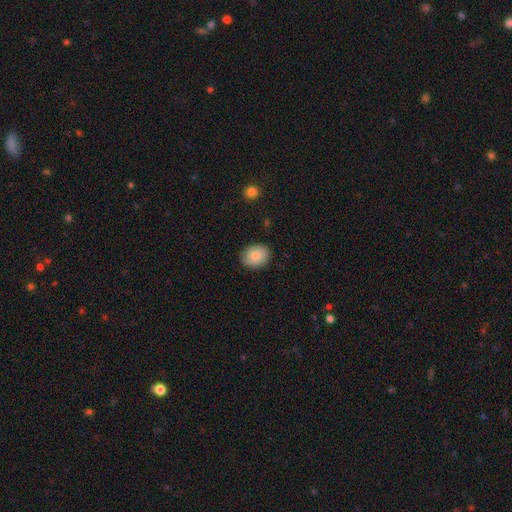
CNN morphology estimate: Smooth or featured? smooth (86%)
How rounded? in between (58%)
Merging? none (85%)